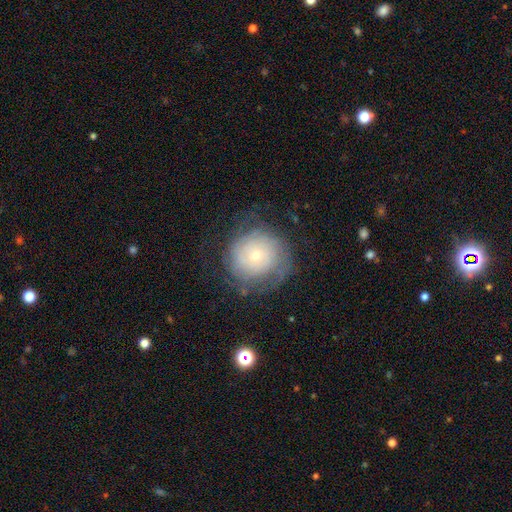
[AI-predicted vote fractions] This appears to be a featured or disk galaxy (57%) with no bar (85%), spiral arms (77%) and a small central bulge (73%). Merging: none (67%).